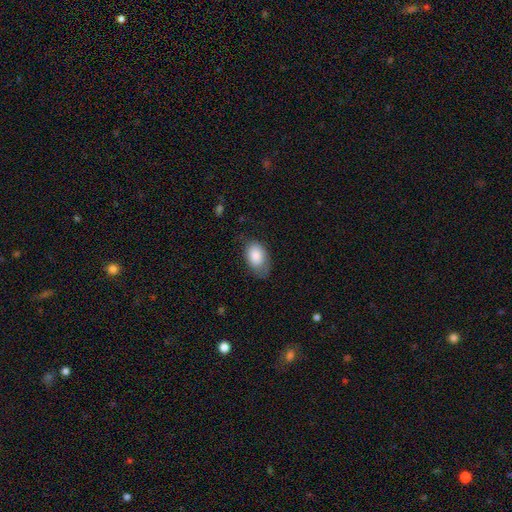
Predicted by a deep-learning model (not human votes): Q: Smooth or featured?
A: smooth (84%); runner-up: featured or disk (9%)
Q: How rounded?
A: in between (90%); runner-up: round (9%)
Q: Merging?
A: none (59%); runner-up: minor disturbance (30%)